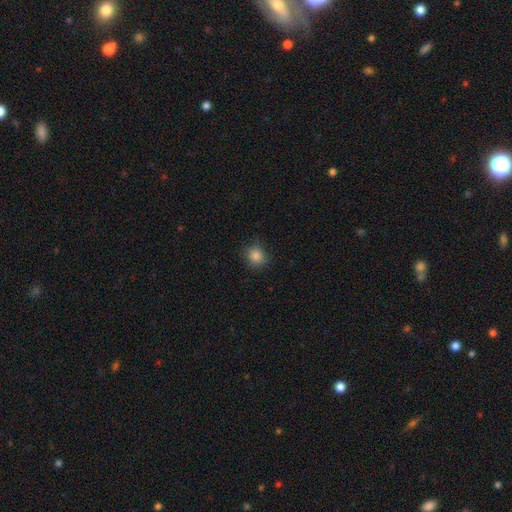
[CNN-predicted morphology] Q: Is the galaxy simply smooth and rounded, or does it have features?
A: smooth — 86%.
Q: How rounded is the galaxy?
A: round — 86%.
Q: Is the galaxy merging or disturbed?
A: none — 84%.